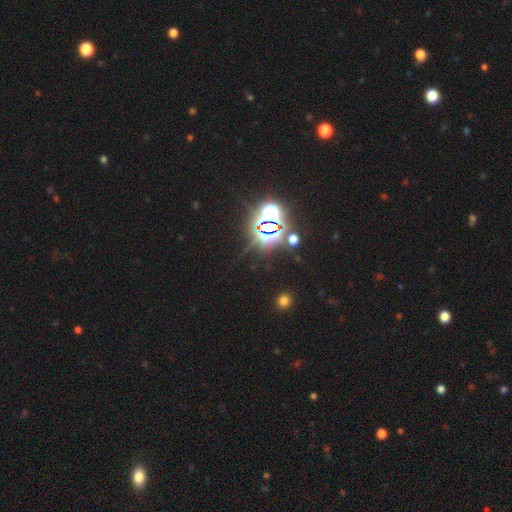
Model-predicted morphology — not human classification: This is clearly a star or artifact rather than a galaxy (84%).